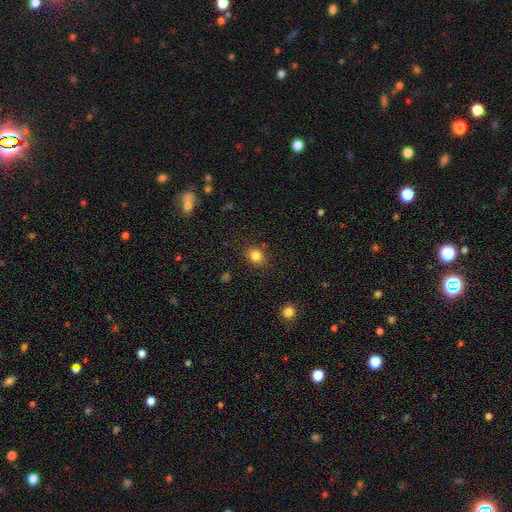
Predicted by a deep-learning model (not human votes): Smooth or featured: smooth — 83% (star or artifact — 11%)
How rounded: round — 62% (in between — 37%)
Merging: none — 83% (minor disturbance — 11%)